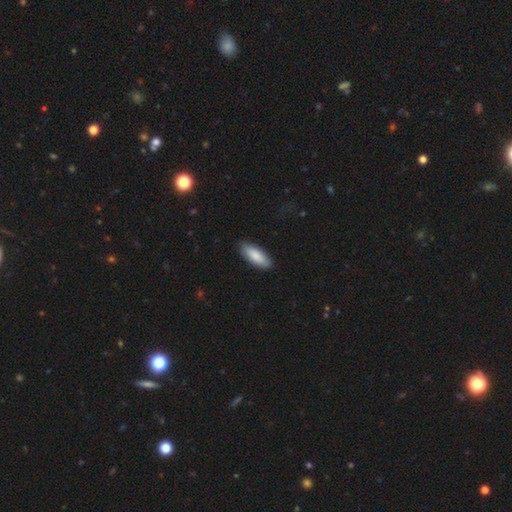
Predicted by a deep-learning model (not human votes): This is clearly a smooth galaxy (84%). How rounded: likely in between (78%). Merging: clearly none (85%).